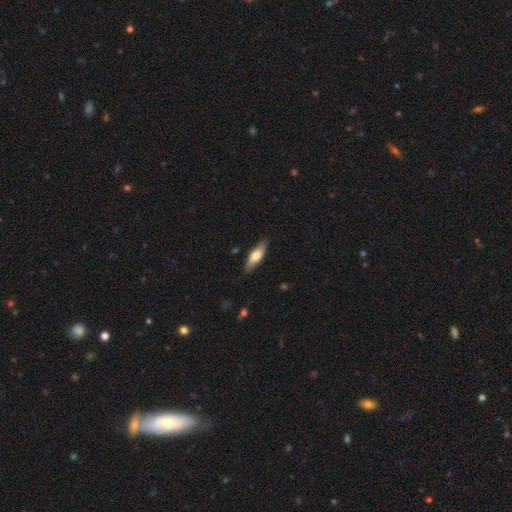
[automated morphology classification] type=smooth (63%); roundness=cigar-shaped (50%); merging=none (83%).